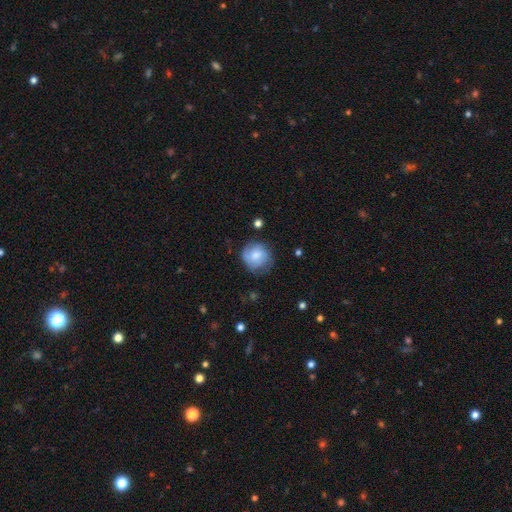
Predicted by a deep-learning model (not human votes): Smooth or featured? Predicted: smooth (p=0.63). How rounded? Predicted: round (p=0.84). Merging? Predicted: none (p=0.65).